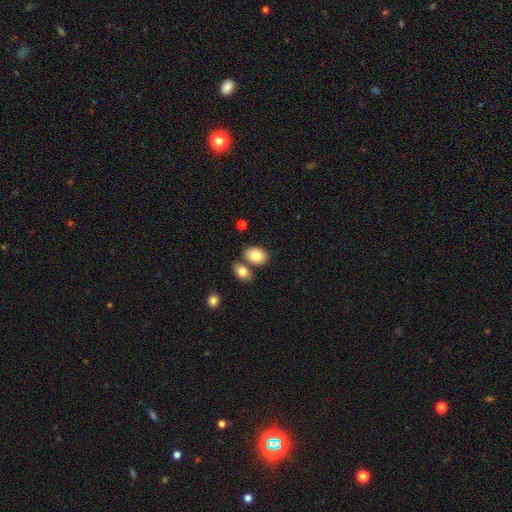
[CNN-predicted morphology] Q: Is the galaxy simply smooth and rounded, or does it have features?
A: smooth — 82%.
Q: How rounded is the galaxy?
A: in between — 80%.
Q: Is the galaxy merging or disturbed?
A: none — 64%.